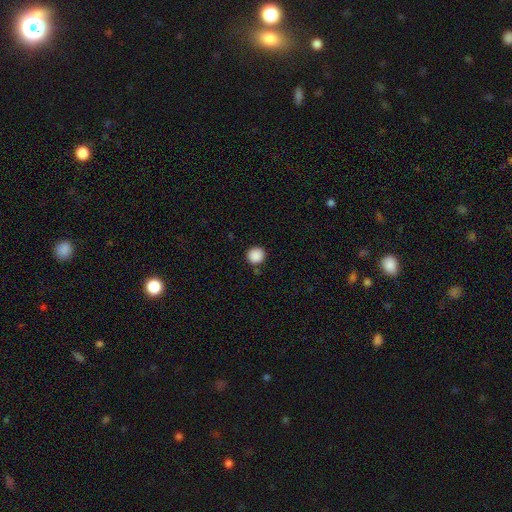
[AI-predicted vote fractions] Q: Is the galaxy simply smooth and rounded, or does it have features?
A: smooth — 88%.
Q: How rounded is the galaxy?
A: round — 94%.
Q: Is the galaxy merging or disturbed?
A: none — 88%.